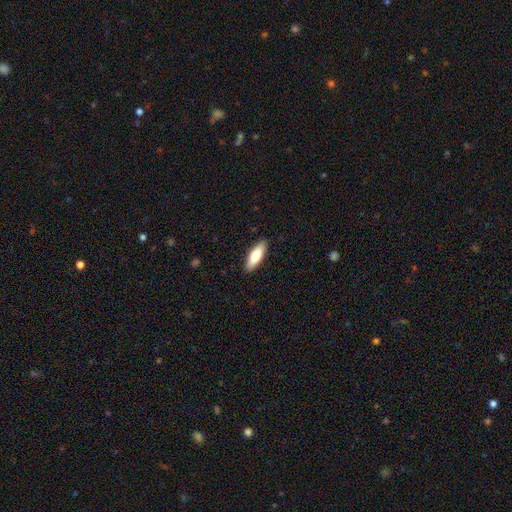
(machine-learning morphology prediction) This appears to be a smooth galaxy with no disk features (72%) that is in between round and cigar-shaped (55%). Merging: none (90%).